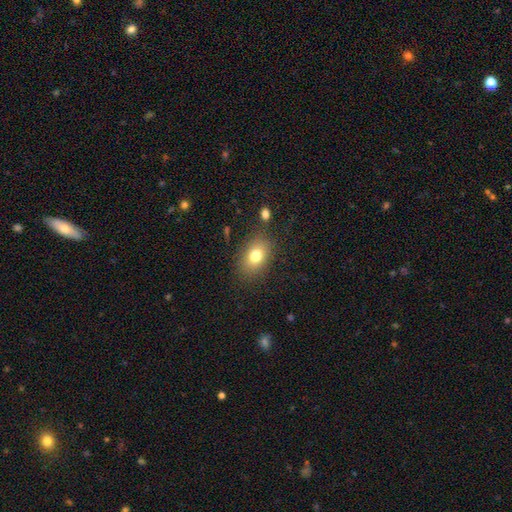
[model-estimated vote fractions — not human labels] Smooth or featured: smooth — 78% (featured or disk — 12%)
How rounded: in between — 77% (round — 22%)
Merging: none — 82% (minor disturbance — 11%)